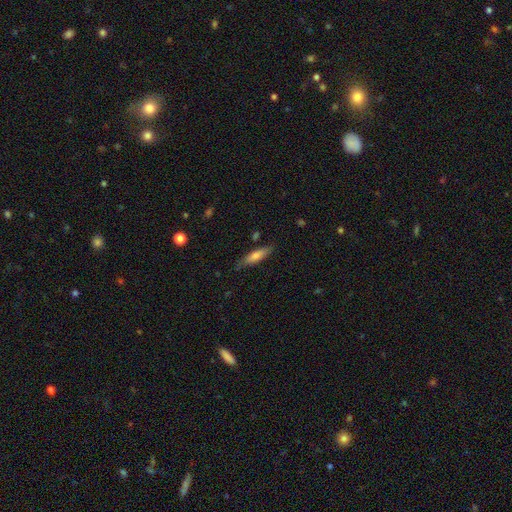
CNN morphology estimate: This is likely a smooth galaxy (60%). How rounded: likely cigar-shaped (75%). Merging: likely none (79%).